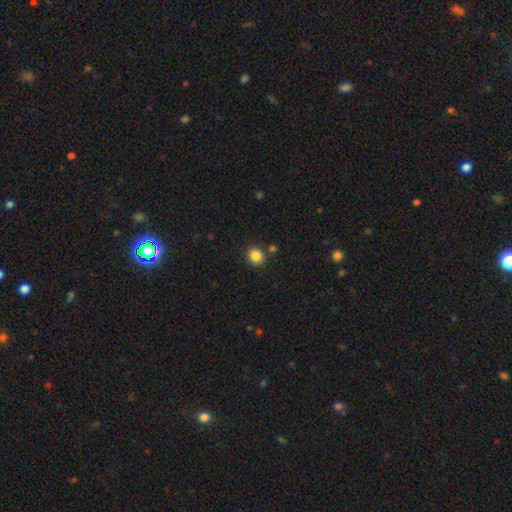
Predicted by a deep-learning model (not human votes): smooth 85%, star or artifact 11%, featured or disk 4%. Down the decision tree: how rounded — round (76%); merging — none (84%).